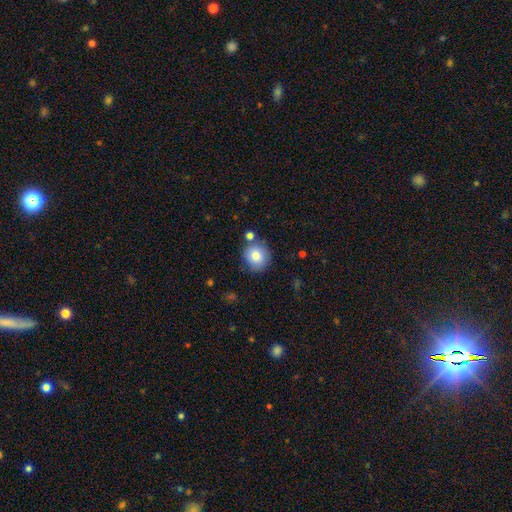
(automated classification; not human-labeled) A smooth galaxy with no disk features (81%) that is round (86%). Merging: none (77%).